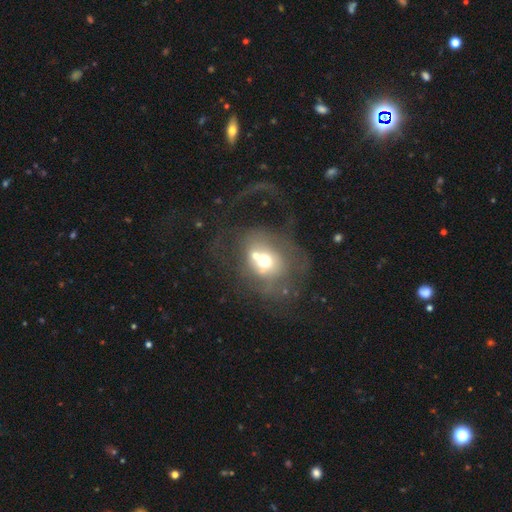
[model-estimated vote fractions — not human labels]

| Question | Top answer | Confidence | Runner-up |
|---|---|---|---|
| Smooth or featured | featured or disk | 44% | smooth (42%) |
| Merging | major disturbance | 31% | merger (30%) |